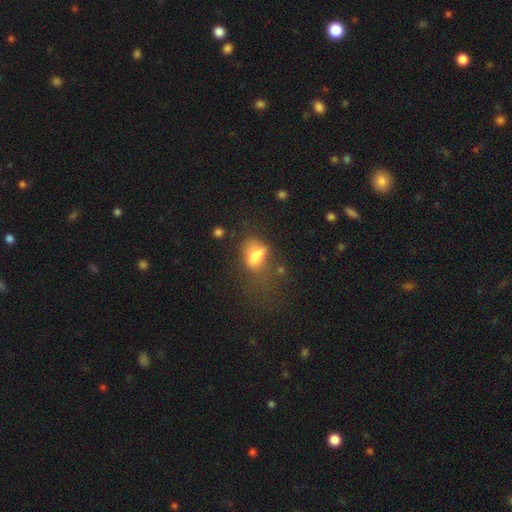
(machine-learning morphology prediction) smooth-or-featured: smooth: 68% | featured or disk: 20% | star or artifact: 12%
  how-rounded: in between: 78% | round: 12% | cigar-shaped: 9%
  merging: major disturbance: 34% | none: 33% | minor disturbance: 24% | merger: 9%